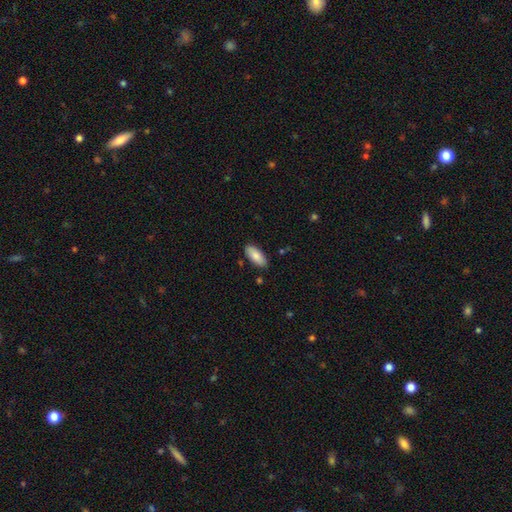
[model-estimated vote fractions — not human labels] Smooth or featured?
  - smooth: 85% *
  - featured or disk: 9%
  - star or artifact: 6%
How rounded?
  - in between: 84% *
  - cigar-shaped: 14%
  - round: 2%
Merging?
  - none: 85% *
  - minor disturbance: 11%
  - merger: 2%
  - major disturbance: 2%